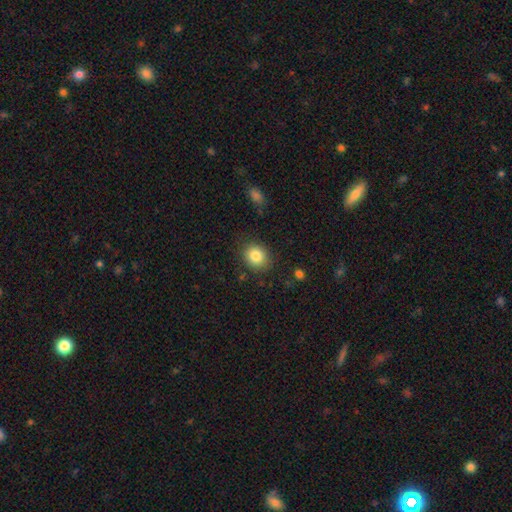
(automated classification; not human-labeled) smooth 84%, star or artifact 9%, featured or disk 7%. Down the decision tree: how rounded — round (69%); merging — none (85%).